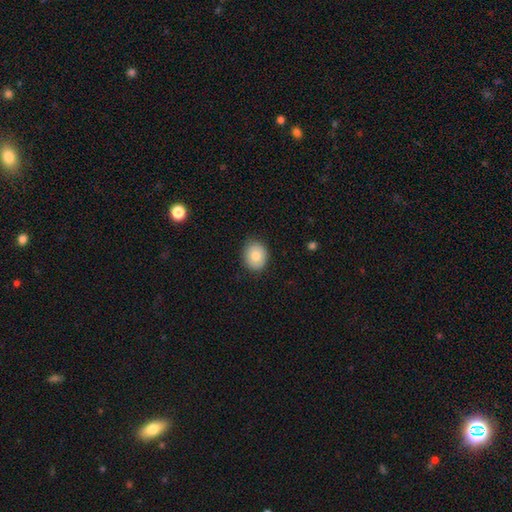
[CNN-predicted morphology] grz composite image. It shows a smooth galaxy with no disk features (80%) that is round (61%). Merging: none (86%).